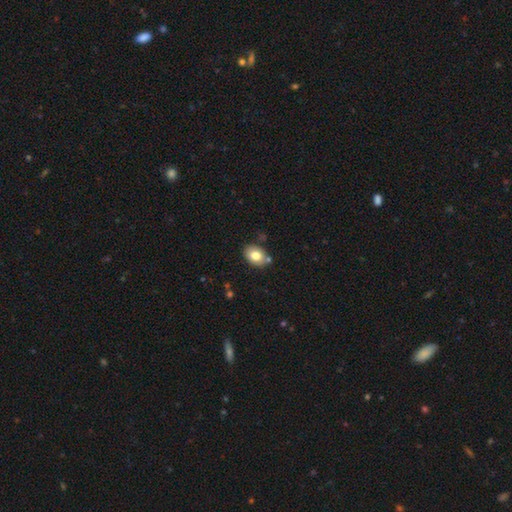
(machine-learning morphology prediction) Smooth or featured? smooth (80%)
How rounded? in between (71%)
Merging? none (78%)